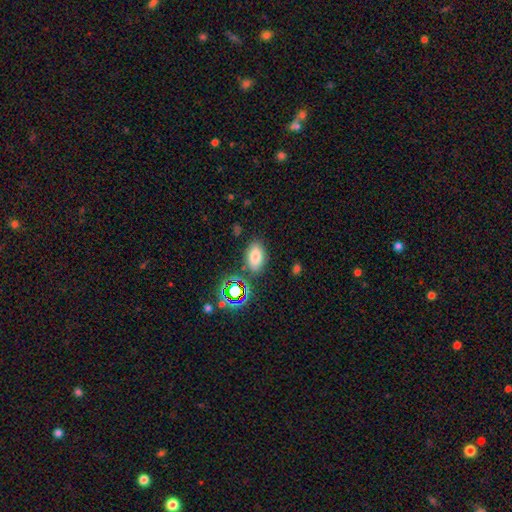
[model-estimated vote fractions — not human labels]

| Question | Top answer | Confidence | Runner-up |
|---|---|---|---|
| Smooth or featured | smooth | 74% | star or artifact (16%) |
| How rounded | in between | 87% | round (10%) |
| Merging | none | 79% | minor disturbance (12%) |